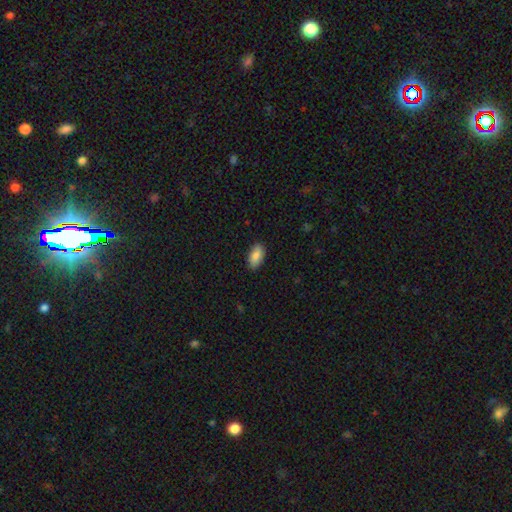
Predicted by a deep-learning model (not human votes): smooth-or-featured: smooth: 85% | featured or disk: 9% | star or artifact: 7%
  how-rounded: in between: 93% | cigar-shaped: 4% | round: 3%
  merging: none: 88% | minor disturbance: 9% | major disturbance: 2% | merger: 1%